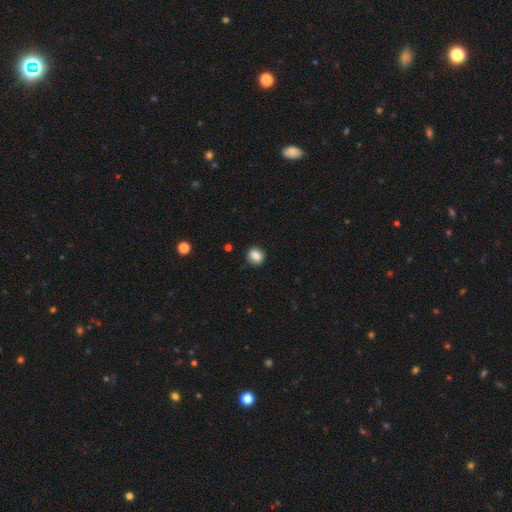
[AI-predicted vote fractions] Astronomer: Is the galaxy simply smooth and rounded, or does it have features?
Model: smooth — 85%.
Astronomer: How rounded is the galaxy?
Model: round — 71%.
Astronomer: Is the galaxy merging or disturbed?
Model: none — 88%.